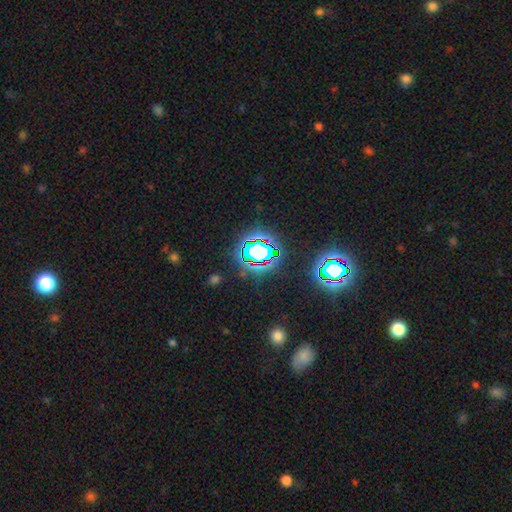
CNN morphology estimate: smooth-or-featured: star or artifact: 78% | smooth: 14% | featured or disk: 8%